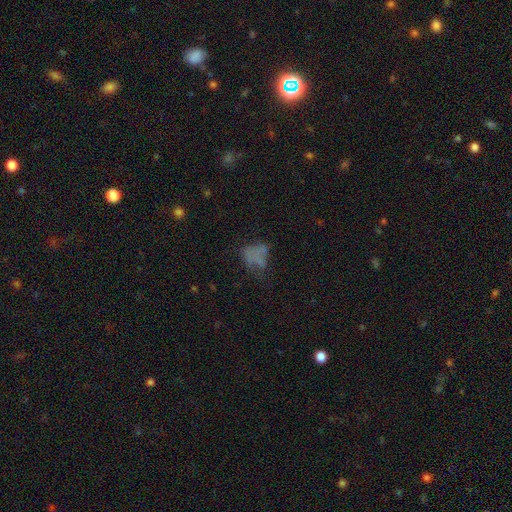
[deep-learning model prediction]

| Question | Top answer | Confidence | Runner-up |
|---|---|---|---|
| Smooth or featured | smooth | 48% | featured or disk (32%) |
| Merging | major disturbance | 35% | tied: none (35%) |